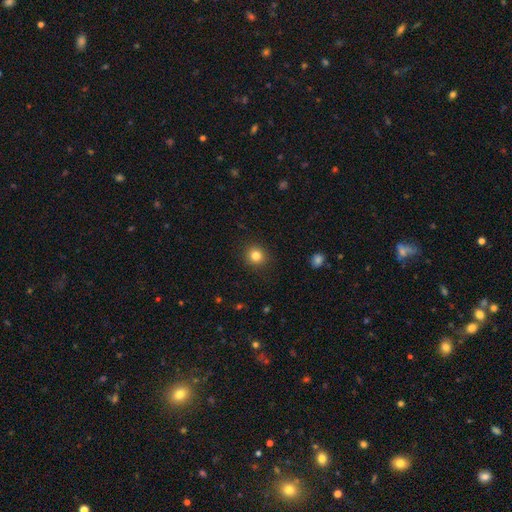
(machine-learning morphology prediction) Q: Smooth or featured?
A: smooth (83%); runner-up: star or artifact (12%)
Q: How rounded?
A: round (91%); runner-up: in between (8%)
Q: Merging?
A: none (91%); runner-up: minor disturbance (6%)